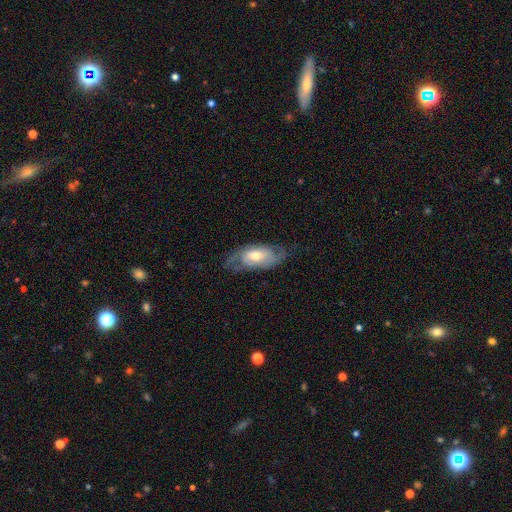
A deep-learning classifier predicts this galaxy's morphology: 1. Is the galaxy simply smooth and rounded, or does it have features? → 65% featured or disk, 29% smooth, 6% star or artifact.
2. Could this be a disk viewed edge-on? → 89% no, 11% yes.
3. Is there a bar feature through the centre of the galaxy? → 57% no, 34% weak, 9% strong.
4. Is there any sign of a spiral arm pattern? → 83% yes, 17% no.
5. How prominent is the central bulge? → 63% moderate, 27% small, 7% large, 1% none, 1% dominant.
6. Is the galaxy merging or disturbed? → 67% none, 22% minor disturbance, 10% major disturbance, 1% merger.